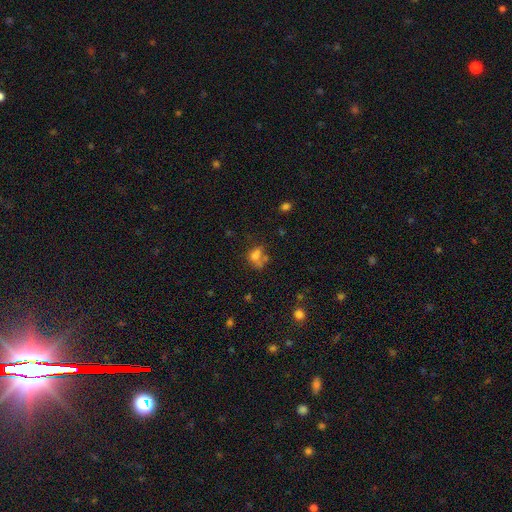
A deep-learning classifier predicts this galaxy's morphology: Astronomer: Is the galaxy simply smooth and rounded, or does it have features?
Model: smooth — 64%.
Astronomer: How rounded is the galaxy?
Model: in between — 65%.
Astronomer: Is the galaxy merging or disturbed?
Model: merger — 33% (runner-up: none, 32%).